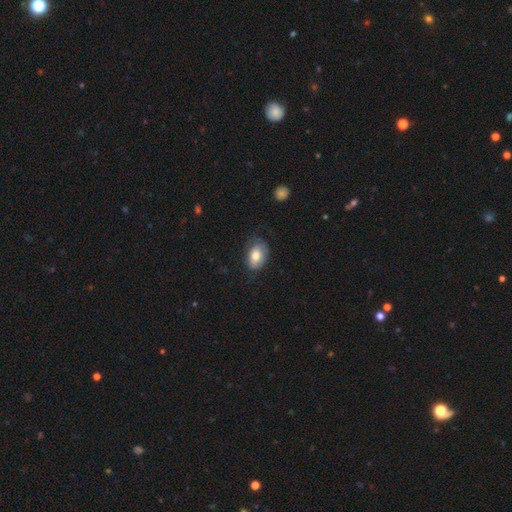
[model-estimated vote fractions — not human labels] smooth_or_featured: smooth (p=0.75) [alt: featured or disk p=0.18]
how_rounded: in between (p=0.85) [alt: round p=0.14]
merging: none (p=0.60) [alt: minor disturbance p=0.29]